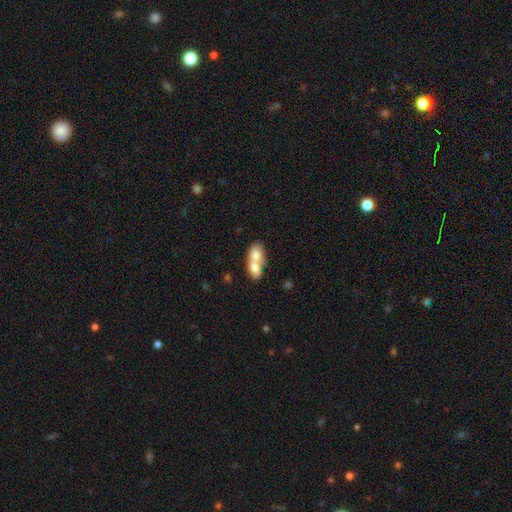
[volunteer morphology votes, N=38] A smooth galaxy with no disk features (71%) that is in between round and cigar-shaped (67%). Merging: merger (89%).